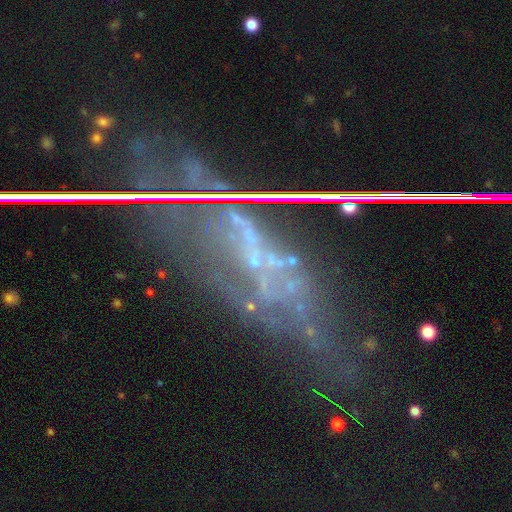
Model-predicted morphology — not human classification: Smooth or featured?
  - star or artifact: 45% *
  - featured or disk: 40%
  - smooth: 15%